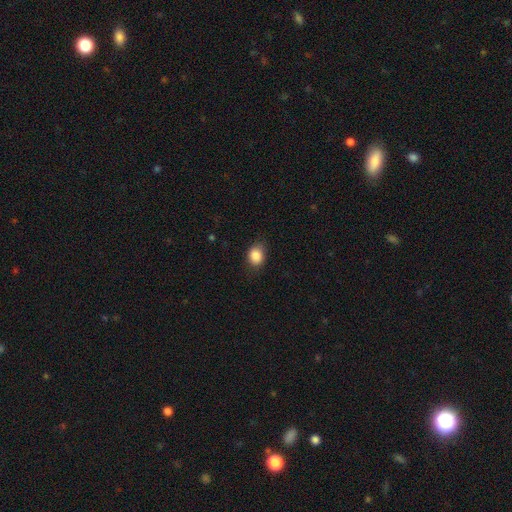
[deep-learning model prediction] Morphology: type=smooth (87%); roundness=in between (51%); merging=none (78%).